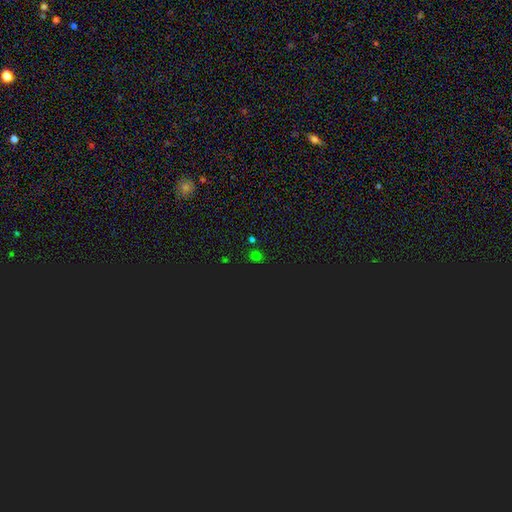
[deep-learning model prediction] Overall: smooth (53%; star or artifact 42%). How rounded: round (76%). Merging: none (80%).